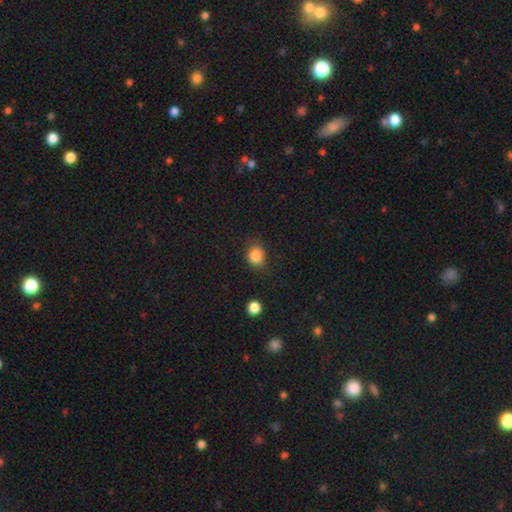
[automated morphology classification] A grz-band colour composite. It shows a smooth galaxy with no disk features (85%) that is round (72%). Merging: none (79%).